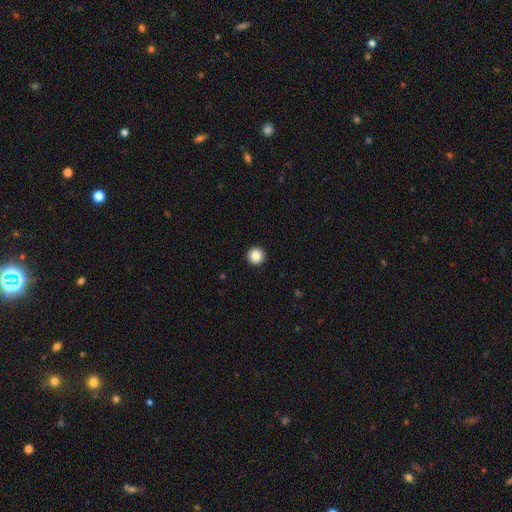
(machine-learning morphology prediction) A smooth galaxy with no disk features (86%) that is round (96%).

Vote fractions:
- Smooth or featured? smooth: 86% / star or artifact: 9% / featured or disk: 5%
- How rounded? round: 96% / in between: 3% / cigar-shaped: 1%
- Merging? none: 94% / minor disturbance: 4% / major disturbance: 1% / merger: 1%